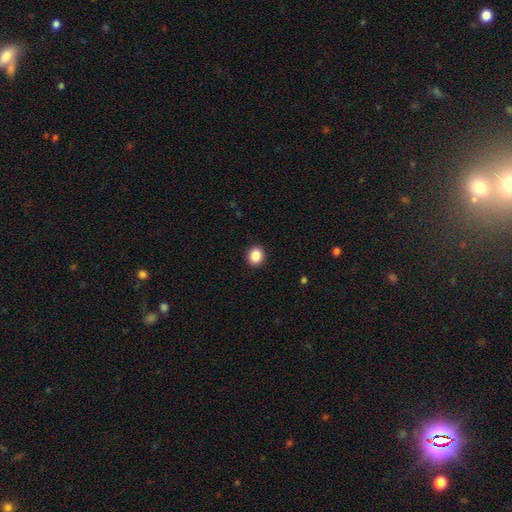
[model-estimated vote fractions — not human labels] This is clearly a smooth galaxy (87%). How rounded: likely round (75%). Merging: clearly none (92%).